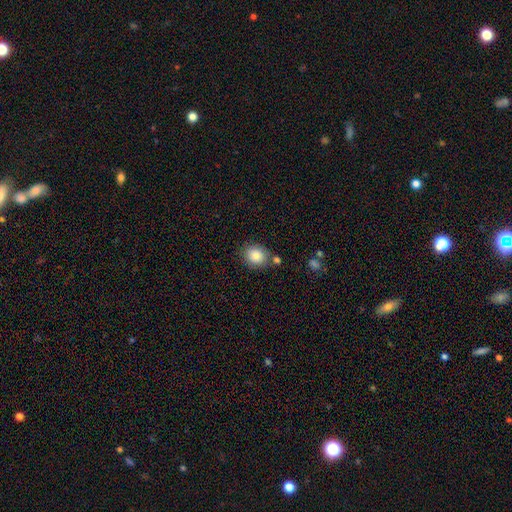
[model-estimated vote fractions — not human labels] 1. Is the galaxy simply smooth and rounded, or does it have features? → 84% smooth, 9% star or artifact, 7% featured or disk.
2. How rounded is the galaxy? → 65% round, 34% in between, 1% cigar-shaped.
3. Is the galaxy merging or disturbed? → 74% none, 13% minor disturbance, 10% merger, 3% major disturbance.